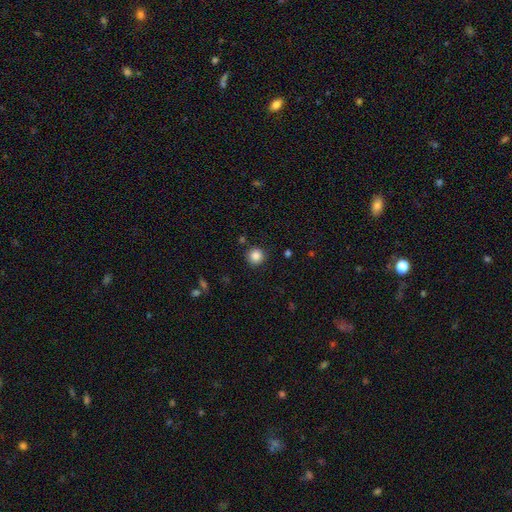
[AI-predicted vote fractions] A smooth galaxy with no disk features (86%) that is round (94%).

Vote fractions:
- Smooth or featured? smooth: 86% / star or artifact: 10% / featured or disk: 4%
- How rounded? round: 94% / in between: 5% / cigar-shaped: 1%
- Merging? none: 90% / minor disturbance: 6% / major disturbance: 2% / merger: 2%